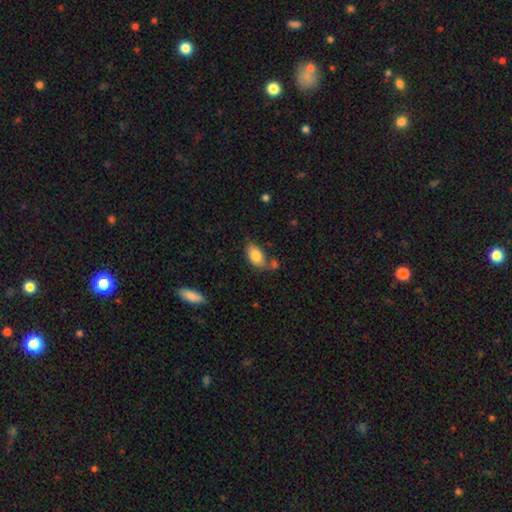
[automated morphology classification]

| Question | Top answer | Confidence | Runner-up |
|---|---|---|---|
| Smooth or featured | smooth | 83% | featured or disk (10%) |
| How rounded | in between | 93% | round (5%) |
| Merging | none | 66% | minor disturbance (17%) |